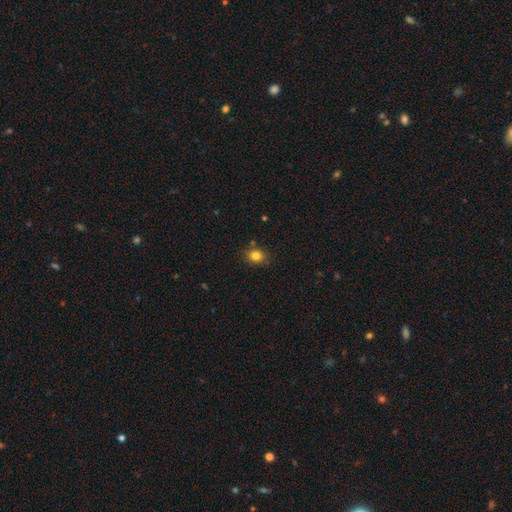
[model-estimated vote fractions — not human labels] smooth-or-featured: smooth: 81% | star or artifact: 12% | featured or disk: 7%
  how-rounded: round: 61% | in between: 38% | cigar-shaped: 1%
  merging: none: 82% | minor disturbance: 11% | merger: 4% | major disturbance: 3%